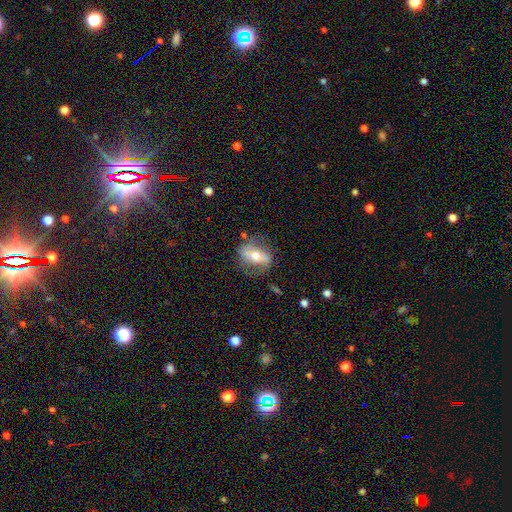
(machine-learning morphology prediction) A featured or disk galaxy (56%). Merging: none (68%).